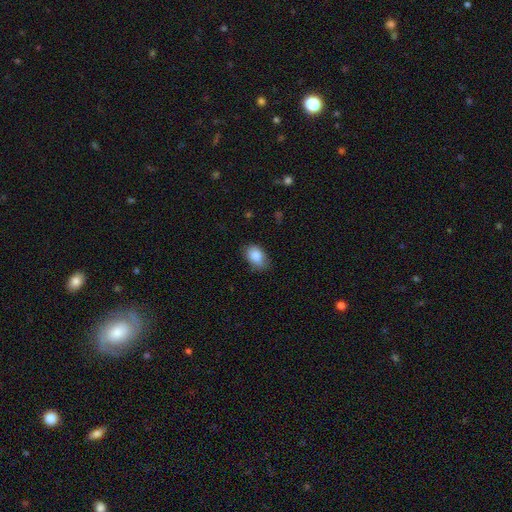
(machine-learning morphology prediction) Smooth or featured?
  - smooth: 88% *
  - star or artifact: 7%
  - featured or disk: 5%
How rounded?
  - in between: 85% *
  - round: 14%
  - cigar-shaped: 1%
Merging?
  - none: 76% *
  - minor disturbance: 19%
  - major disturbance: 4%
  - merger: 1%